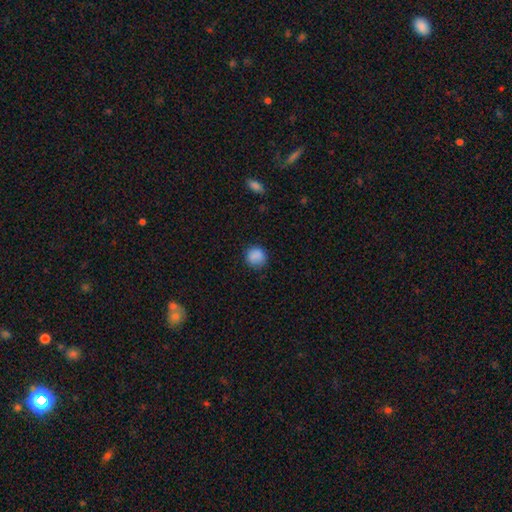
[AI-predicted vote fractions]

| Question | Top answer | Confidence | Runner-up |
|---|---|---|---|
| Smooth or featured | smooth | 87% | star or artifact (9%) |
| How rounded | round | 89% | in between (10%) |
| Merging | none | 84% | minor disturbance (11%) |